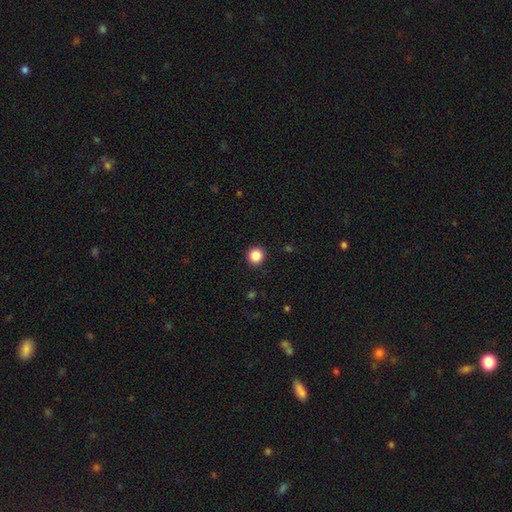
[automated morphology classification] This is clearly a smooth galaxy (87%). How rounded: clearly round (93%). Merging: clearly none (92%).